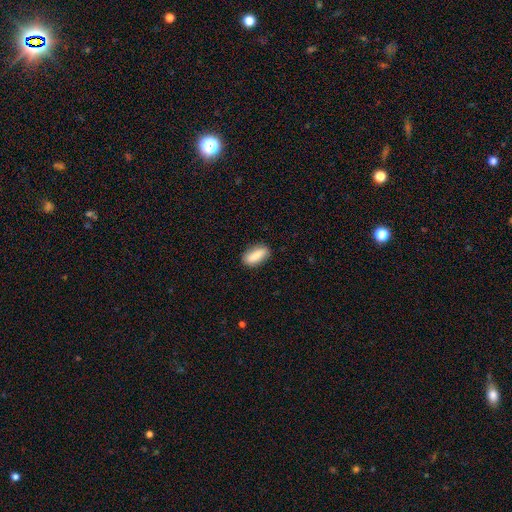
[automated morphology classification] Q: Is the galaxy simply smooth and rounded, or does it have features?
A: smooth — 81%.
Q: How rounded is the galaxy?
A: in between — 81%.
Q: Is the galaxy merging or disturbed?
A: none — 85%.